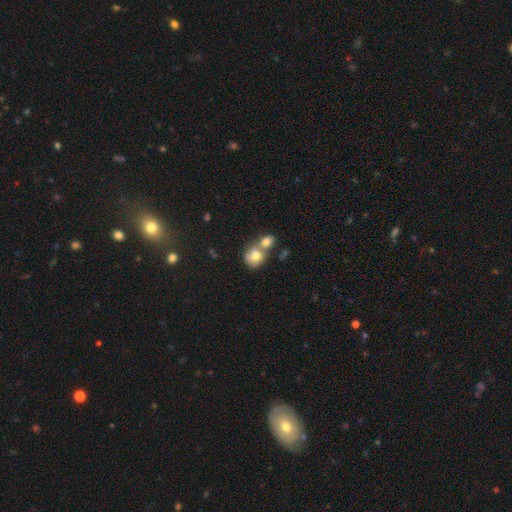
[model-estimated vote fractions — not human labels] smooth_or_featured: smooth (p=0.73) [alt: featured or disk p=0.18]
how_rounded: round (p=0.65) [alt: in between p=0.34]
merging: merger (p=0.65) [alt: none p=0.23]